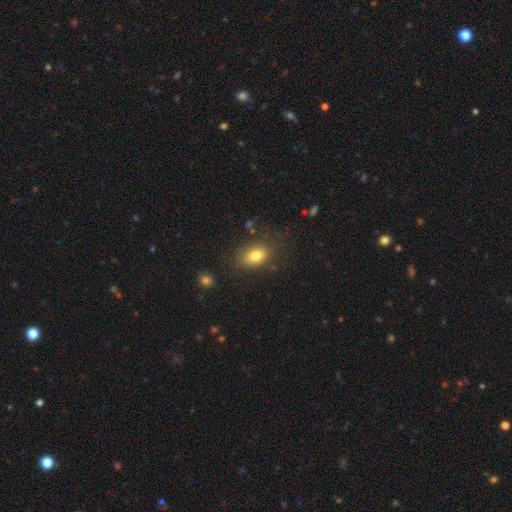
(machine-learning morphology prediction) smooth-or-featured: smooth: 80% | featured or disk: 11% | star or artifact: 9%
  how-rounded: in between: 82% | round: 16% | cigar-shaped: 2%
  merging: none: 76% | minor disturbance: 16% | major disturbance: 6% | merger: 2%